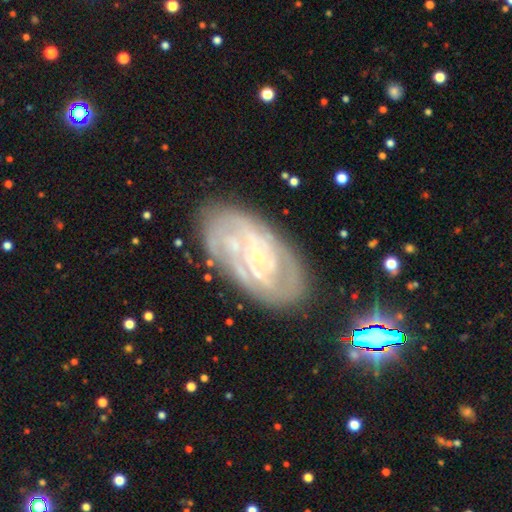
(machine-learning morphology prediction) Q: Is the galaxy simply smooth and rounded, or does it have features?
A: featured or disk — 84%.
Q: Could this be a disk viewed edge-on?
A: no — 95%.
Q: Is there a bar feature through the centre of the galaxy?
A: no — 69%.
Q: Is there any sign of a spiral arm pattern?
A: yes — 93%.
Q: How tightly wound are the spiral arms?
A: tight — 68%.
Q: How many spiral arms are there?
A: can't tell — 35%.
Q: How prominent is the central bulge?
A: small — 83%.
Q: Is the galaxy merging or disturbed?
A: none — 76%.